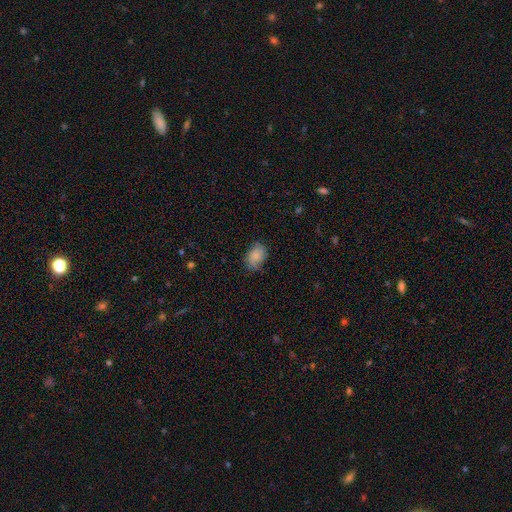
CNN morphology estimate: Smooth or featured: smooth — 74% (featured or disk — 17%)
How rounded: in between — 77% (round — 22%)
Merging: none — 67% (minor disturbance — 25%)